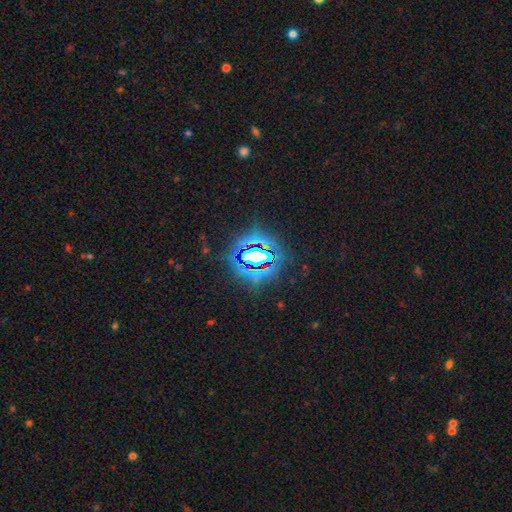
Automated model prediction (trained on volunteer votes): This is likely a star or artifact rather than a galaxy (76%).